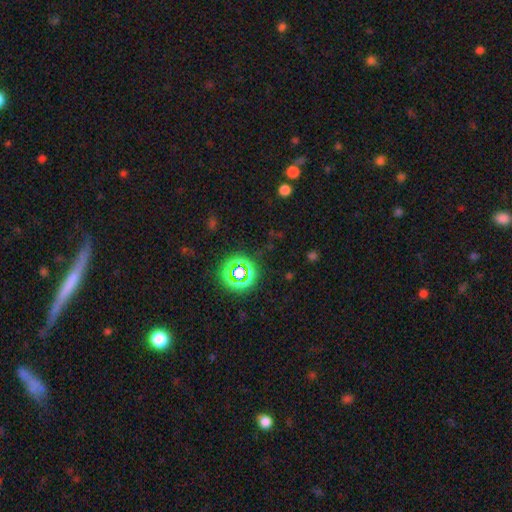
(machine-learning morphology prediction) smooth-or-featured: star or artifact: 52% | smooth: 35% | featured or disk: 13%